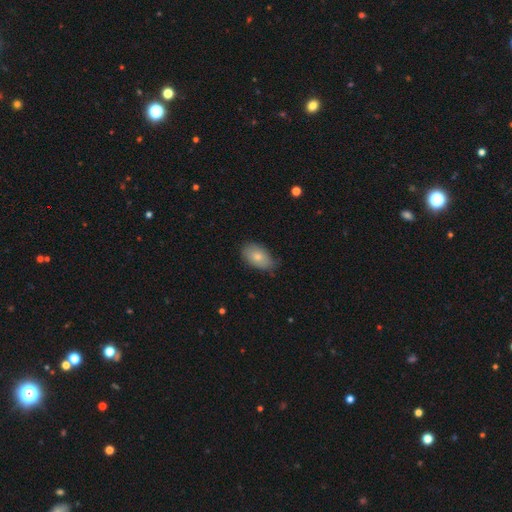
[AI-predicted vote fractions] Smooth or featured? smooth (78%)
How rounded? in between (91%)
Merging? none (73%)